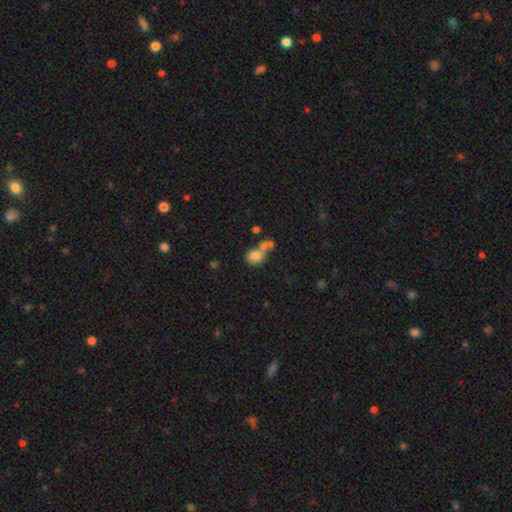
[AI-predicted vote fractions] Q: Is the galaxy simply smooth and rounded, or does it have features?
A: smooth — 79%.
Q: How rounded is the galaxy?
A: round — 78%.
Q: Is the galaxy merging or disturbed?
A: merger — 44%.